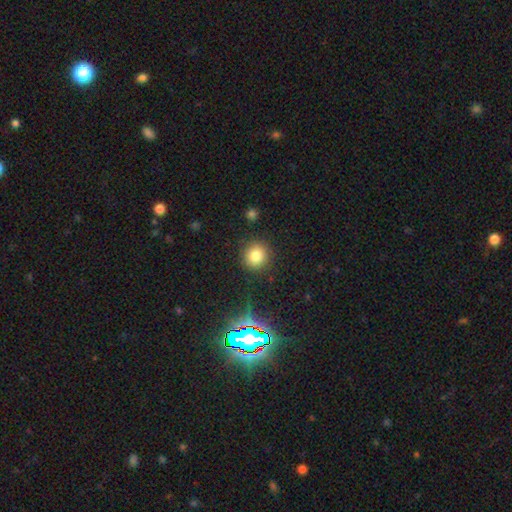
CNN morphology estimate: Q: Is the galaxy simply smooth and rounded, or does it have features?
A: smooth — 78%.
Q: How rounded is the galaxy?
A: round — 90%.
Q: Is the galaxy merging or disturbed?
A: none — 89%.